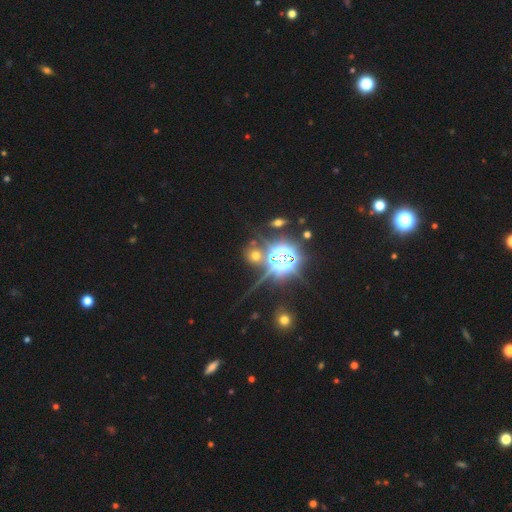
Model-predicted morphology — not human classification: A star or artifact, not a galaxy (52%).